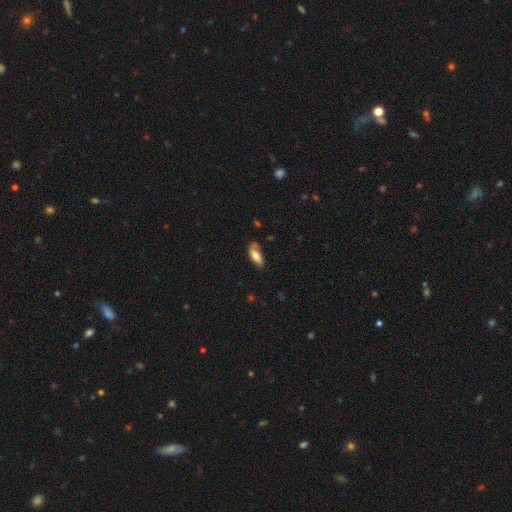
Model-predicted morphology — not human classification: Smooth or featured: smooth — 70% (featured or disk — 24%)
How rounded: in between — 73% (cigar-shaped — 25%)
Merging: none — 60% (minor disturbance — 26%)